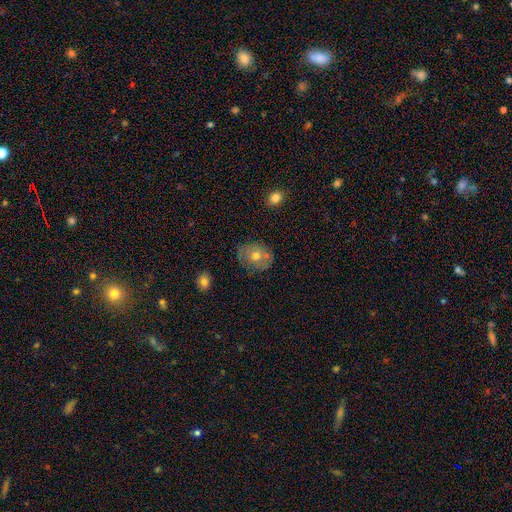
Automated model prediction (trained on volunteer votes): smooth_or_featured: smooth (p=0.60) [alt: featured or disk p=0.30]
how_rounded: round (p=0.58) [alt: in between p=0.41]
merging: none (p=0.72) [alt: minor disturbance p=0.19]